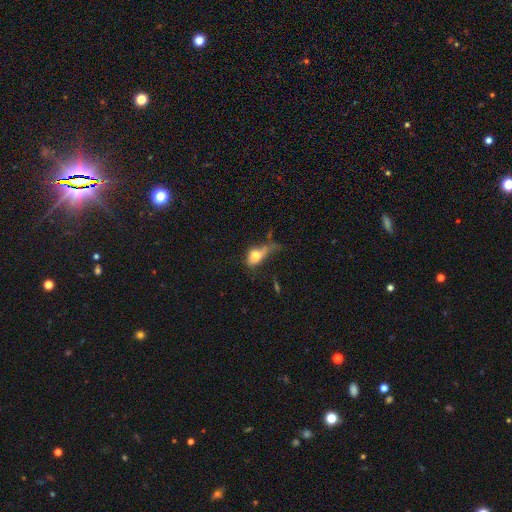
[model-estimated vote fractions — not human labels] smooth-or-featured: smooth: 69% | featured or disk: 21% | star or artifact: 11%
  how-rounded: in between: 73% | round: 19% | cigar-shaped: 7%
  merging: major disturbance: 41% | minor disturbance: 25% | none: 22% | merger: 11%